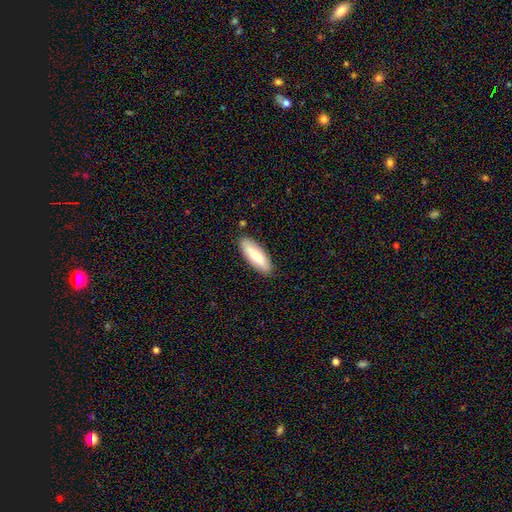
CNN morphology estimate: Overall: smooth (73%). How rounded: in between (57%; cigar-shaped 41%). Merging: none (88%).